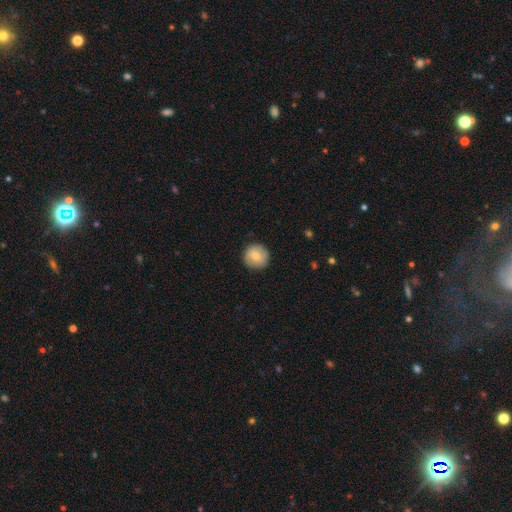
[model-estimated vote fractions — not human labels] This appears to be a smooth galaxy with no disk features (76%) that is round (94%). Merging: none (89%).